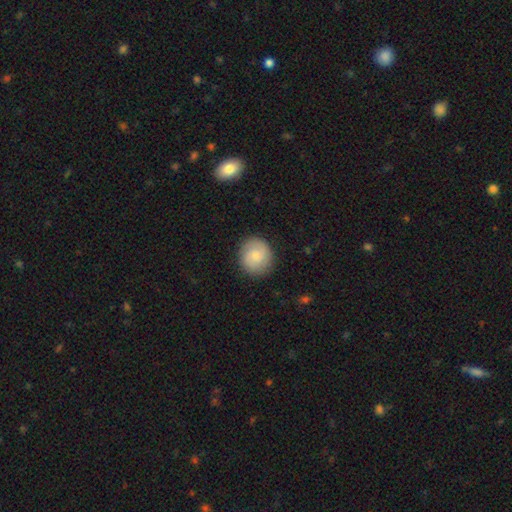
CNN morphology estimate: smooth_or_featured: smooth (p=0.54) [alt: featured or disk p=0.39]
how_rounded: round (p=0.89) [alt: in between p=0.10]
merging: none (p=0.87) [alt: minor disturbance p=0.09]